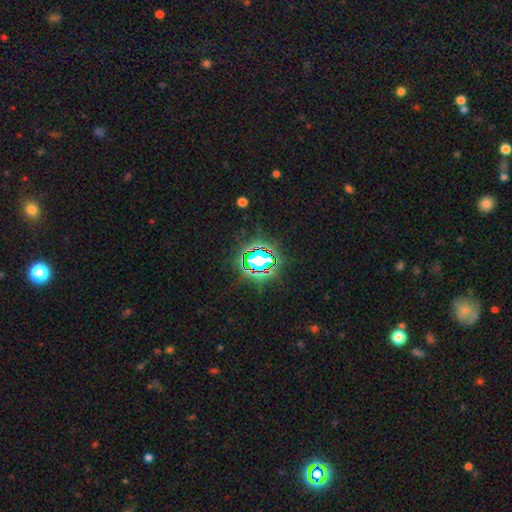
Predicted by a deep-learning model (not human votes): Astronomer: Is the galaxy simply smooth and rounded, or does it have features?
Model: star or artifact — 82%.